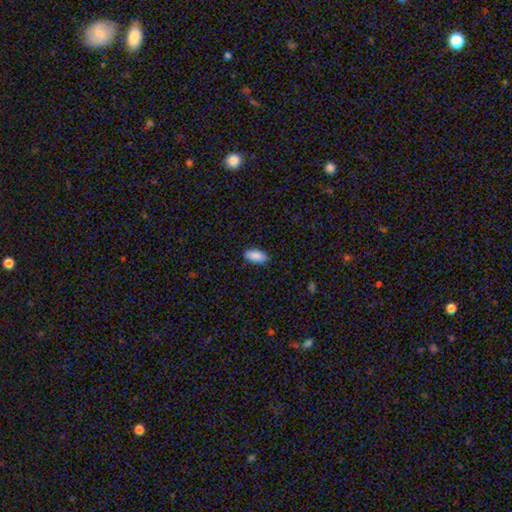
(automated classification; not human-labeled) This appears to be a smooth galaxy with no disk features (89%) that is in between round and cigar-shaped (93%). Merging: none (87%).